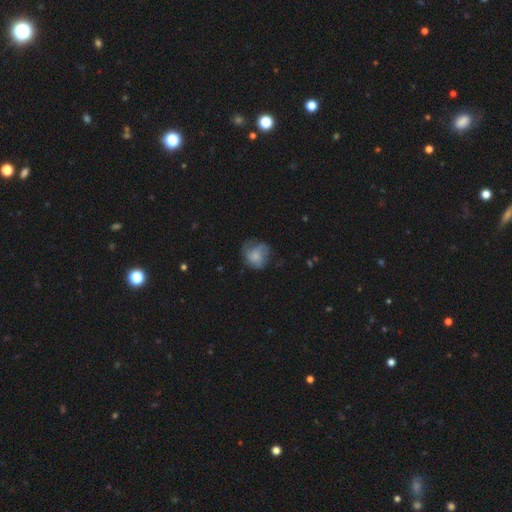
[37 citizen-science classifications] This appears to be a smooth galaxy with no disk features (78%) that is round (90%). Merging: none (66%).